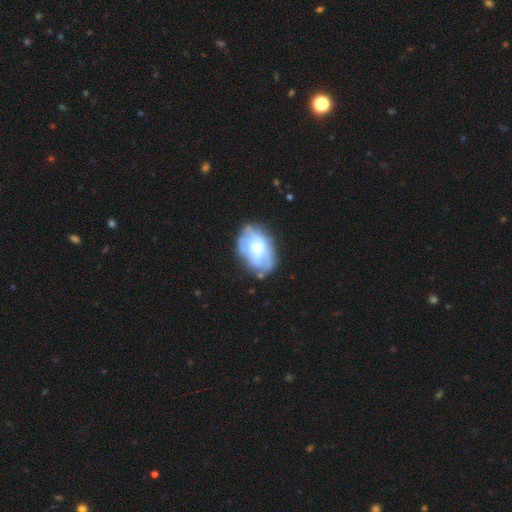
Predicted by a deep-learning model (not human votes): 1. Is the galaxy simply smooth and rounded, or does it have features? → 54% featured or disk, 38% smooth, 7% star or artifact.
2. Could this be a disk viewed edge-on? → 96% no, 4% yes.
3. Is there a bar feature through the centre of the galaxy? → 70% no, 23% weak, 7% strong.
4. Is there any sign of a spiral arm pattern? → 57% no, 43% yes.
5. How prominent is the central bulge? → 43% moderate, 29% small, 17% large, 9% none, 2% dominant.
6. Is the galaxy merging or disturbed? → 57% none, 26% minor disturbance, 13% major disturbance, 4% merger.